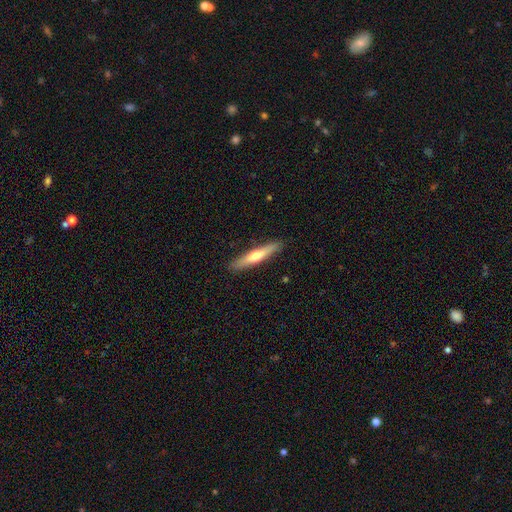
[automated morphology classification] Smooth or featured: smooth — 51% (featured or disk — 43%)
How rounded: cigar-shaped — 90% (in between — 8%)
Merging: none — 89% (minor disturbance — 8%)